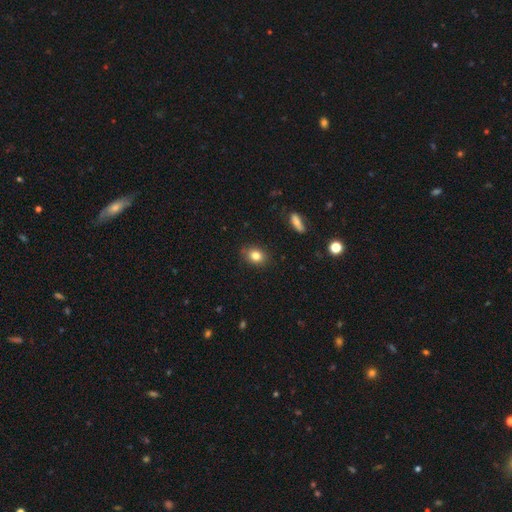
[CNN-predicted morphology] type=smooth (82%); roundness=in between (58%); merging=none (83%).